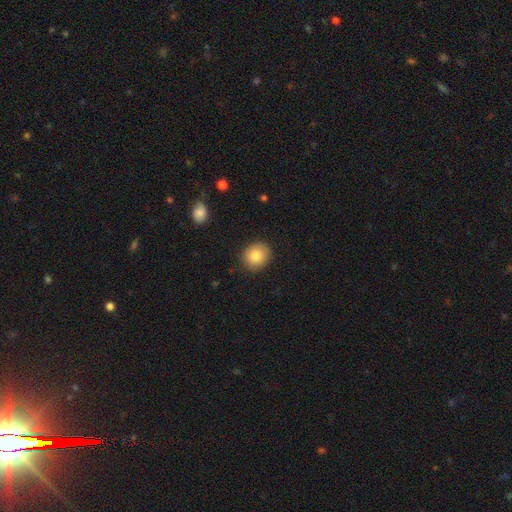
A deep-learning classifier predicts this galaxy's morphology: Q: Smooth or featured?
A: smooth (84%); runner-up: star or artifact (8%)
Q: How rounded?
A: round (77%); runner-up: in between (22%)
Q: Merging?
A: none (87%); runner-up: minor disturbance (10%)